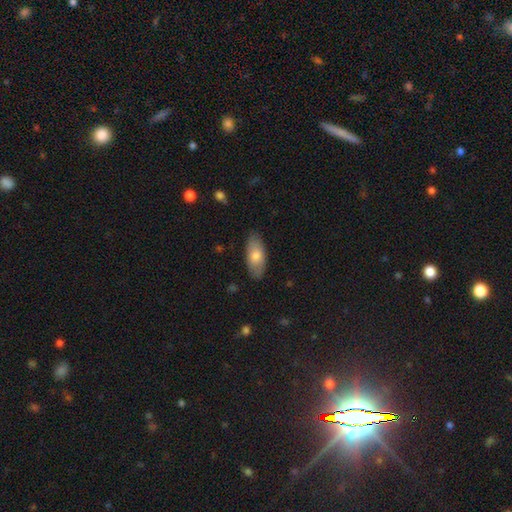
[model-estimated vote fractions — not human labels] smooth_or_featured: smooth (p=0.76) [alt: featured or disk p=0.18]
how_rounded: in between (p=0.88) [alt: cigar-shaped p=0.10]
merging: none (p=0.84) [alt: minor disturbance p=0.13]